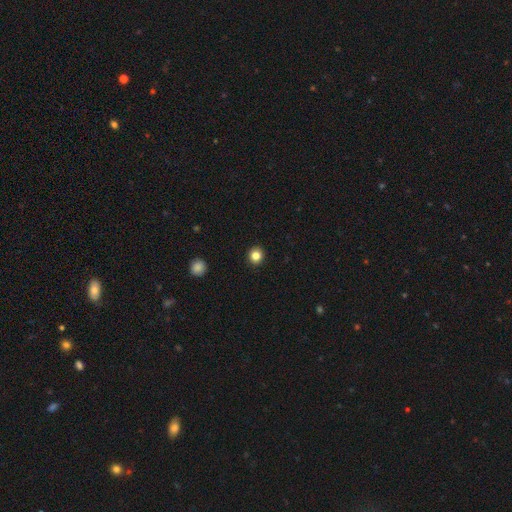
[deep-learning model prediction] Smooth or featured? smooth (84%)
How rounded? round (89%)
Merging? none (93%)